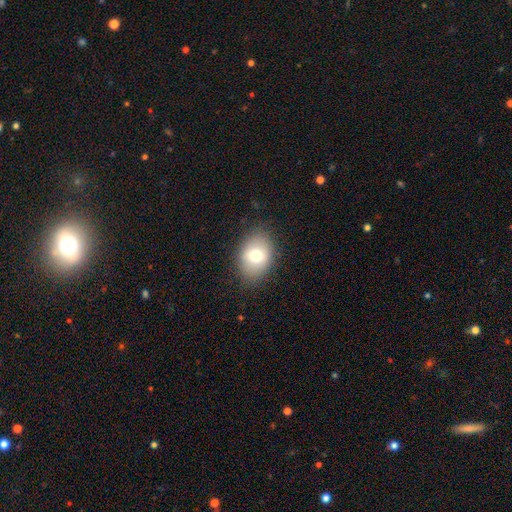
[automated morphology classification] smooth 75%, featured or disk 17%, star or artifact 9%. Down the decision tree: how rounded — in between (75%); merging — none (84%).